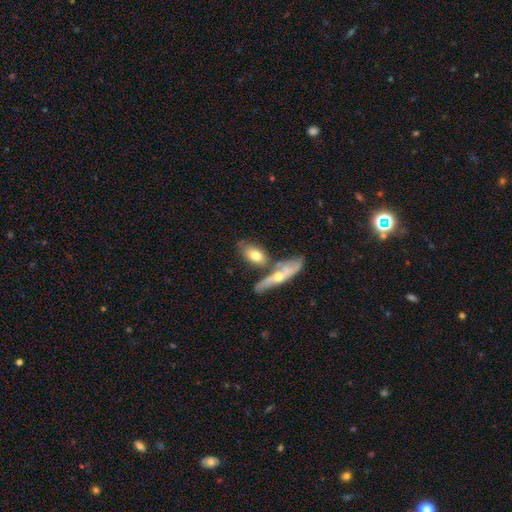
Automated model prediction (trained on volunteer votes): The model was most divided on "merging": none: 43%, merger: 38%, minor disturbance: 14%, major disturbance: 5%. More confident: how rounded — in between (76%); smooth or featured — smooth (63%).